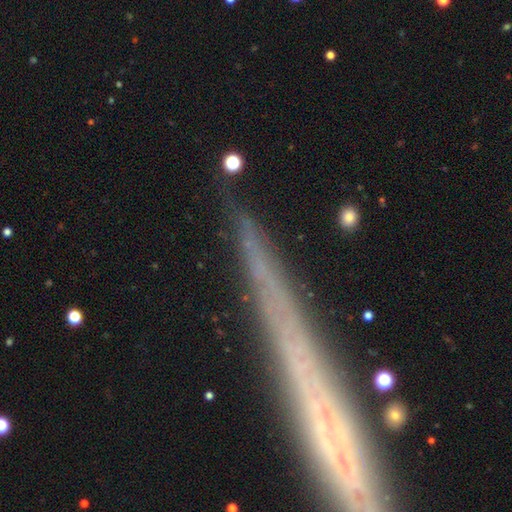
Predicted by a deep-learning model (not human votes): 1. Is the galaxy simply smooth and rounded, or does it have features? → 48% featured or disk, 27% smooth, 25% star or artifact.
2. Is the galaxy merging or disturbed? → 83% none, 11% minor disturbance, 3% major disturbance, 3% merger.